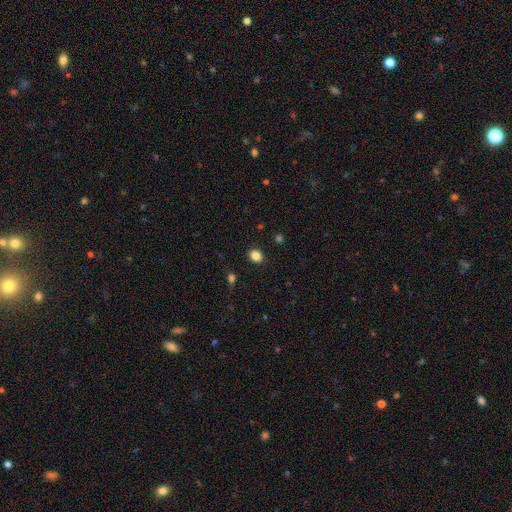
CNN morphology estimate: Smooth or featured: smooth — 84% (star or artifact — 11%)
How rounded: round — 60% (in between — 39%)
Merging: none — 90% (minor disturbance — 7%)